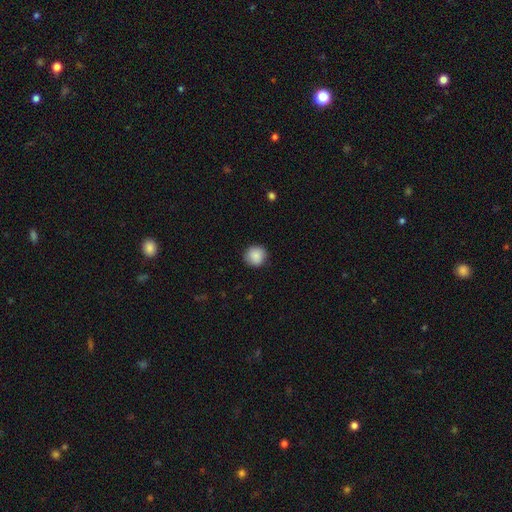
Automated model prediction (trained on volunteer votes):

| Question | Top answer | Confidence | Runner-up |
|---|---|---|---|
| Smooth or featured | smooth | 87% | star or artifact (8%) |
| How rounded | round | 91% | in between (8%) |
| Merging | none | 87% | minor disturbance (9%) |